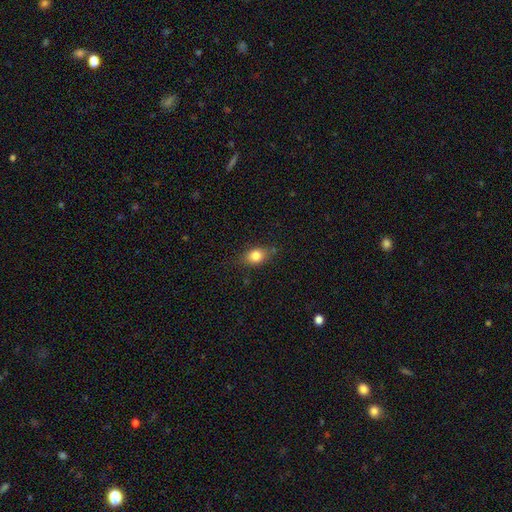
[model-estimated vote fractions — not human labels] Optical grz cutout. It shows a smooth galaxy with no disk features (81%) that is in between round and cigar-shaped (67%). Merging: none (74%).